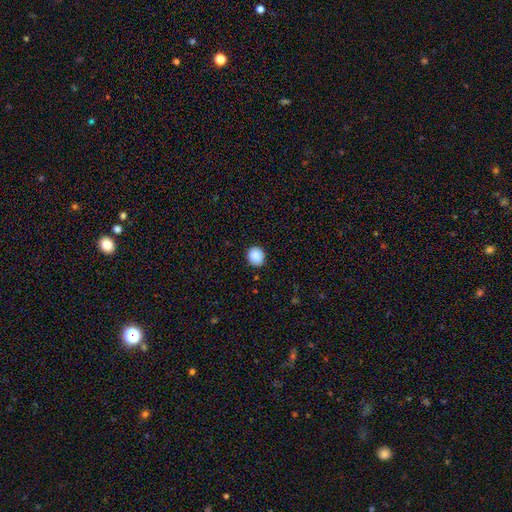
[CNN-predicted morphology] A smooth galaxy with no disk features (89%) that is round (83%). Merging: none (89%).